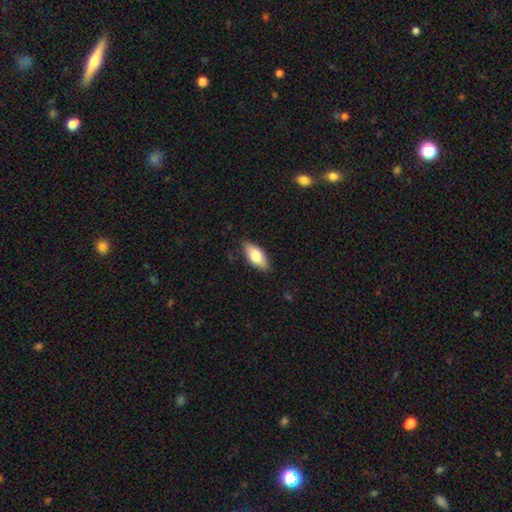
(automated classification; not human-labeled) smooth_or_featured: smooth (p=0.73) [alt: featured or disk p=0.21]
how_rounded: in between (p=0.85) [alt: cigar-shaped p=0.13]
merging: none (p=0.84) [alt: minor disturbance p=0.13]